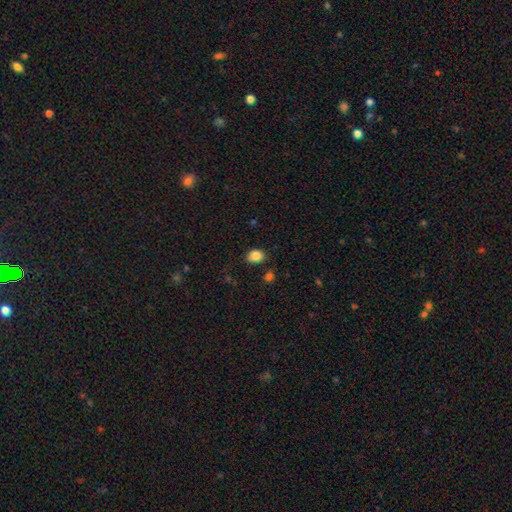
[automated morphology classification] Q: Smooth or featured?
A: smooth (84%); runner-up: star or artifact (10%)
Q: How rounded?
A: in between (55%); runner-up: round (44%)
Q: Merging?
A: none (79%); runner-up: minor disturbance (15%)